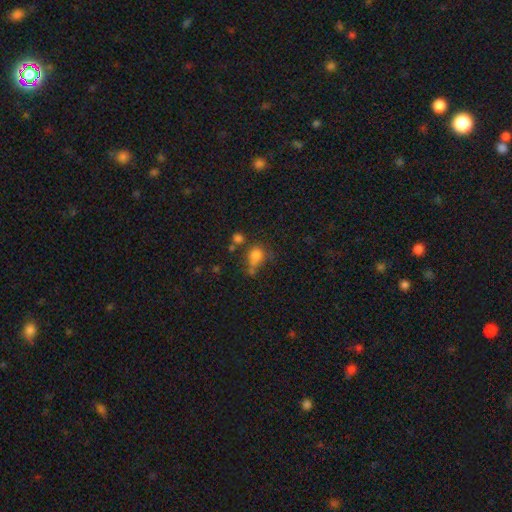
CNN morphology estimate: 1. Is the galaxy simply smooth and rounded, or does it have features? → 75% smooth, 15% star or artifact, 10% featured or disk.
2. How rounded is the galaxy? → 61% round, 37% in between, 2% cigar-shaped.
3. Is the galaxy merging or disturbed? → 42% none, 27% merger, 19% minor disturbance, 12% major disturbance.